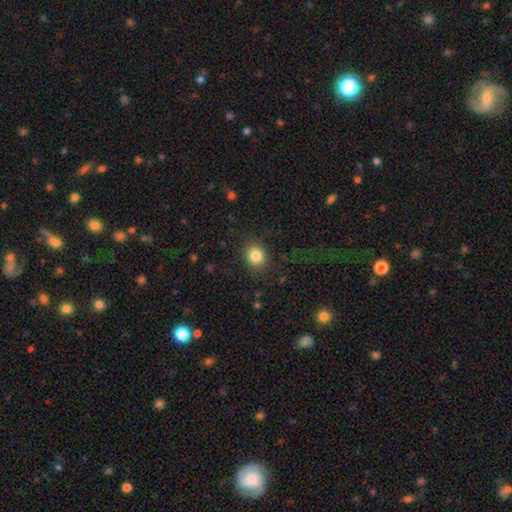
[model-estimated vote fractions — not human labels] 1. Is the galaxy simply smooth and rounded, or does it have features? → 83% smooth, 10% star or artifact, 6% featured or disk.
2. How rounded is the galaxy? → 67% round, 32% in between, 1% cigar-shaped.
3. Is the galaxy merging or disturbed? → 85% none, 9% minor disturbance, 4% major disturbance, 1% merger.